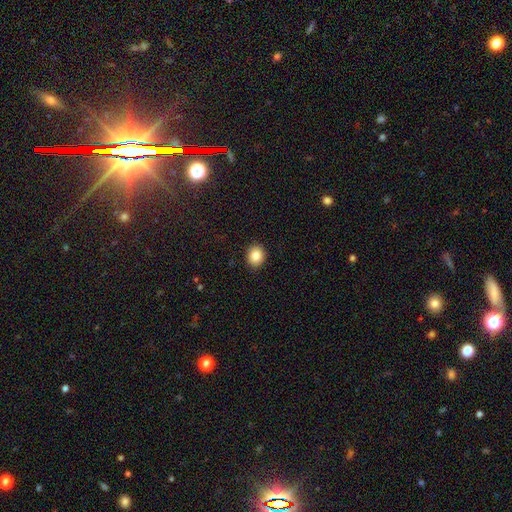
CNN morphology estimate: This appears to be a smooth galaxy with no disk features (83%) that is round (74%). Merging: none (92%).